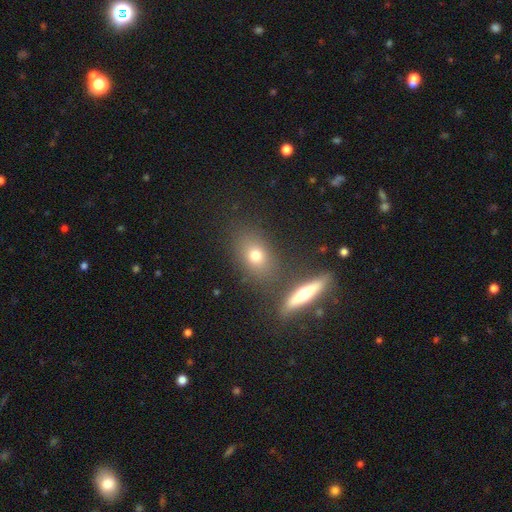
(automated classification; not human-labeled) Morphology: type=smooth (70%); roundness=in between (62%); merging=none (73%).